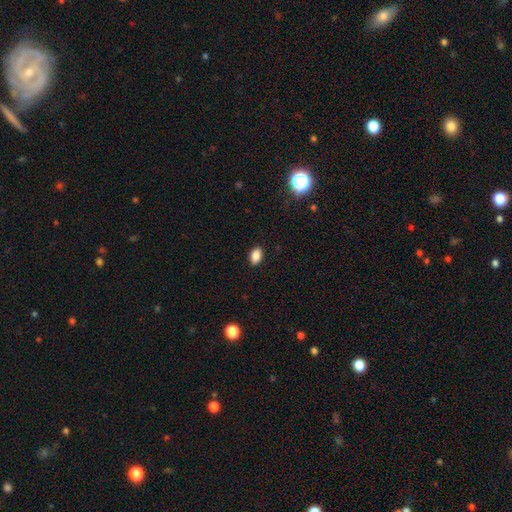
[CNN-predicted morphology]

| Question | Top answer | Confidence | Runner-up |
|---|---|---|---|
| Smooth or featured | smooth | 87% | star or artifact (9%) |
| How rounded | in between | 87% | round (12%) |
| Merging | none | 89% | minor disturbance (8%) |